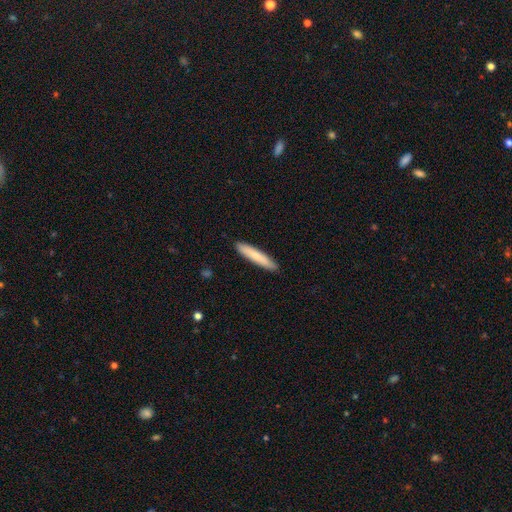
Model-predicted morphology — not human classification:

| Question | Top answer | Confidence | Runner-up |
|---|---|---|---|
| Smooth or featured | smooth | 78% | featured or disk (17%) |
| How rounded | cigar-shaped | 91% | in between (7%) |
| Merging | none | 90% | minor disturbance (7%) |